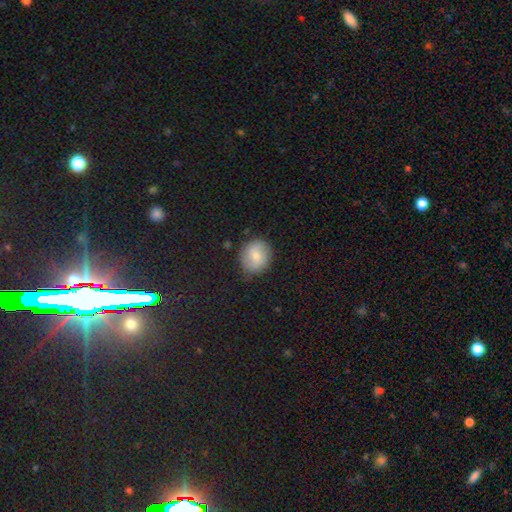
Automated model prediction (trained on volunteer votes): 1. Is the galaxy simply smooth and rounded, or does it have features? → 74% smooth, 18% featured or disk, 8% star or artifact.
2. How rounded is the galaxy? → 77% round, 22% in between, 1% cigar-shaped.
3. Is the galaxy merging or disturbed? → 80% none, 15% minor disturbance, 4% major disturbance, 1% merger.